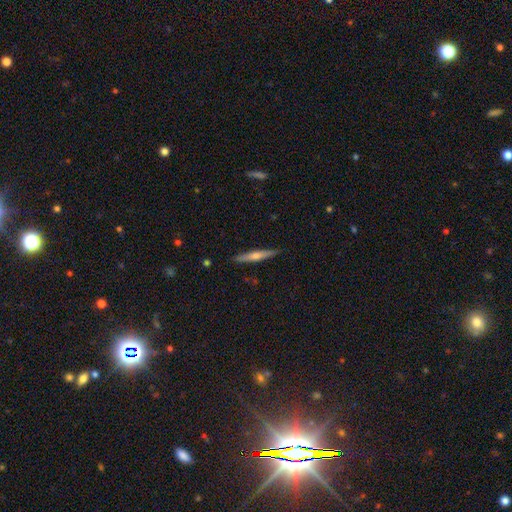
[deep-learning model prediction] The model was most divided on "smooth or featured": featured or disk: 61%, smooth: 33%, star or artifact: 6%. More confident: edge-on disk — yes (97%); merging — none (91%); edge-on bulge — rounded (81%).